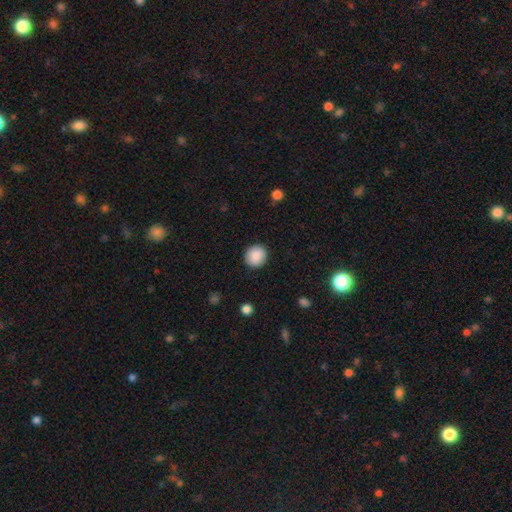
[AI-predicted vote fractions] smooth 89%, star or artifact 8%, featured or disk 3%. Down the decision tree: how rounded — round (86%); merging — none (90%).